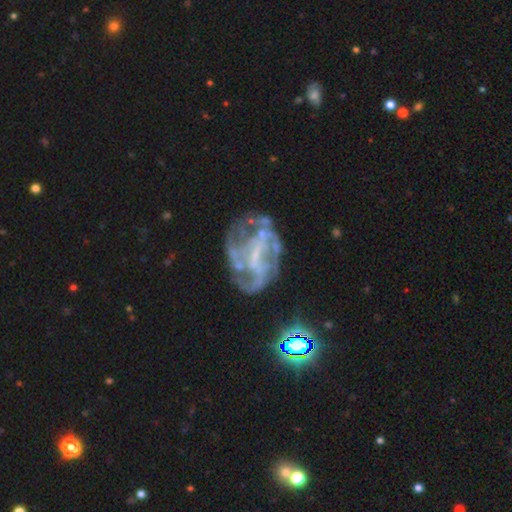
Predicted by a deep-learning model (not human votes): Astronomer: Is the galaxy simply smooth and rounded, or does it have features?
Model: featured or disk — 79%.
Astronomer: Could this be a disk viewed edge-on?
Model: no — 97%.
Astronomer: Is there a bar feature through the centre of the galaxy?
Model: weak — 40% (runner-up: no, 39%).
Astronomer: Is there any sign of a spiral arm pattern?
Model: yes — 70%.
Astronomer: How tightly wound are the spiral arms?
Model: medium — 40% (runner-up: tight, 36%).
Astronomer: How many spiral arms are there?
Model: can't tell — 45%.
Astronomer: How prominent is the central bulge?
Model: none — 47% (runner-up: small, 38%).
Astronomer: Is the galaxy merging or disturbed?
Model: none — 51%.